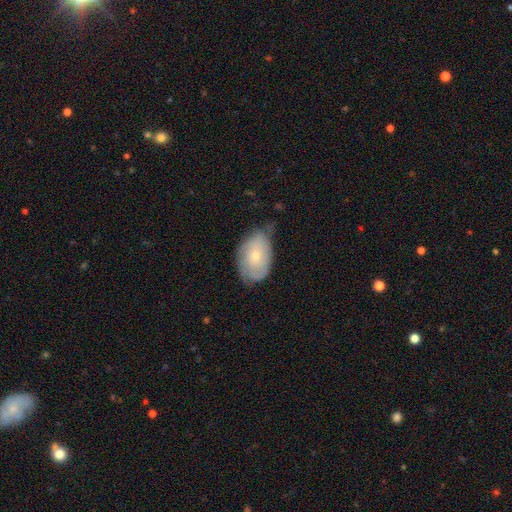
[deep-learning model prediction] smooth 53%, featured or disk 40%, star or artifact 7%. Down the decision tree: how rounded — in between (87%); merging — none (49%).